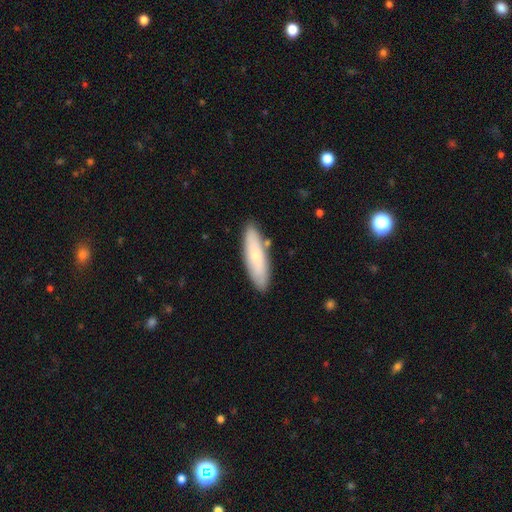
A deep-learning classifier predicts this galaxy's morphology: Smooth or featured? smooth (70%)
How rounded? cigar-shaped (67%)
Merging? none (85%)